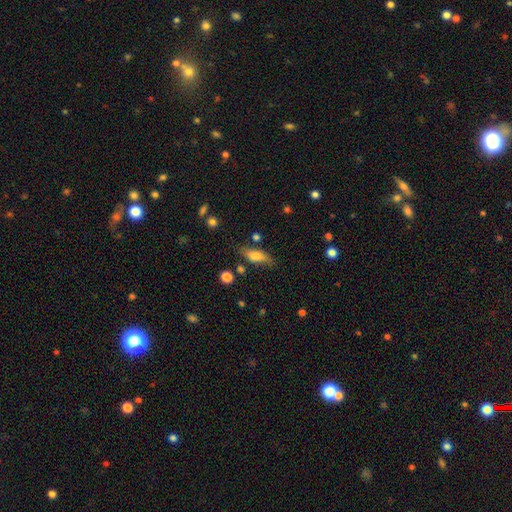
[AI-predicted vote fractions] This is likely a smooth galaxy (72%). How rounded: likely in between (68%). Merging: likely none (69%).